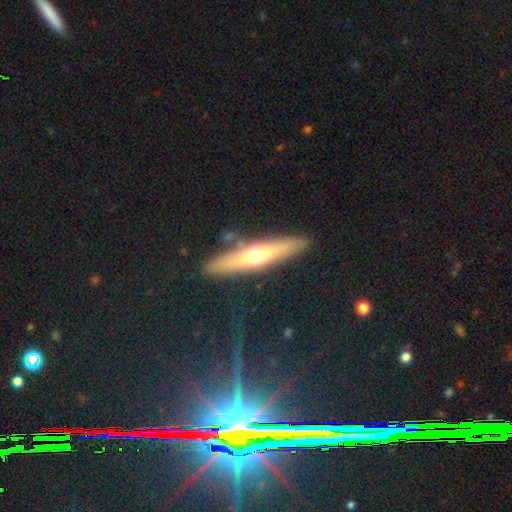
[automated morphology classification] Smooth or featured? featured or disk (50%)
Edge-on disk? yes (85%)
Merging? none (84%)